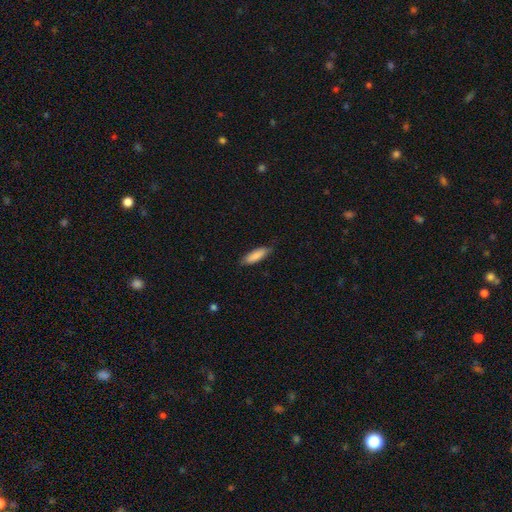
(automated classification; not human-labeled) Overall: smooth (86%). How rounded: in between (52%; cigar-shaped 46%). Merging: none (80%).